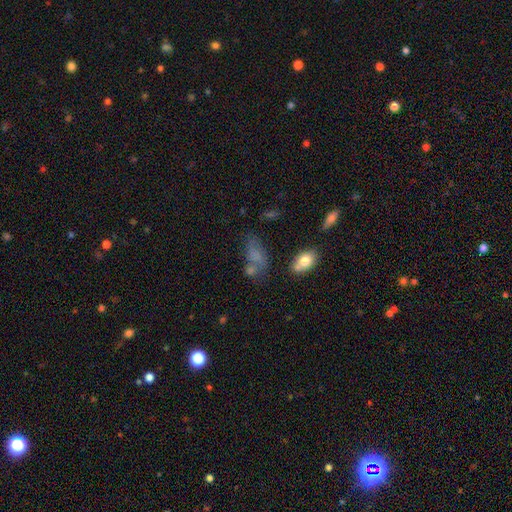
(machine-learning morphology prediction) Smooth or featured?
  - smooth: 66% *
  - featured or disk: 19%
  - star or artifact: 15%
How rounded?
  - in between: 84% *
  - round: 9%
  - cigar-shaped: 8%
Merging?
  - none: 41% *
  - merger: 24%
  - minor disturbance: 21%
  - major disturbance: 13%